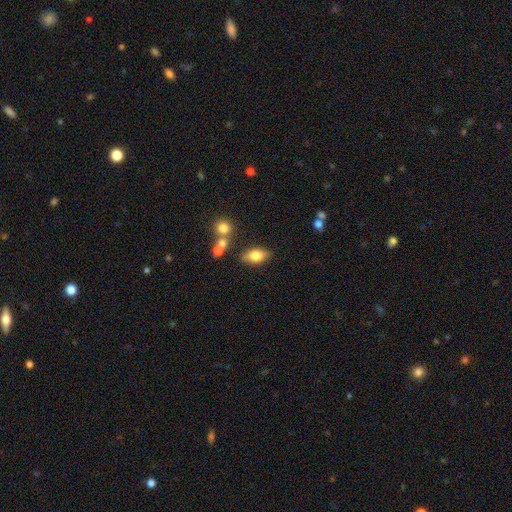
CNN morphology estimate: Smooth or featured: smooth — 72% (featured or disk — 20%)
How rounded: in between — 86% (round — 7%)
Merging: none — 77% (minor disturbance — 13%)